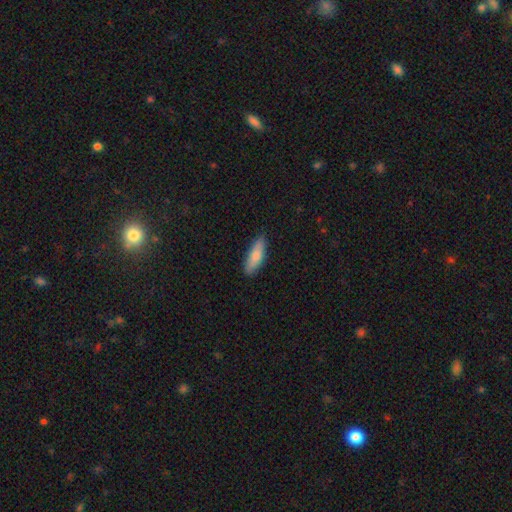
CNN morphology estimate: Q: Smooth or featured?
A: smooth (78%); runner-up: featured or disk (17%)
Q: How rounded?
A: in between (53%); runner-up: cigar-shaped (44%)
Q: Merging?
A: none (85%); runner-up: minor disturbance (12%)